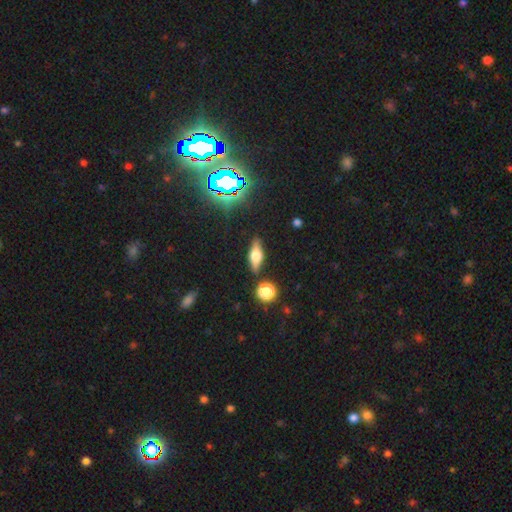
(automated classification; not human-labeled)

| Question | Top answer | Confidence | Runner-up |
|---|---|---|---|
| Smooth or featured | featured or disk | 46% | smooth (43%) |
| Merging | none | 84% | minor disturbance (10%) |